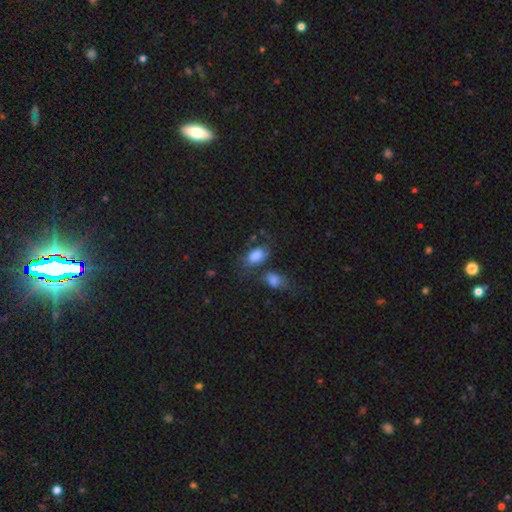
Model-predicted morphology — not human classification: Smooth or featured: smooth — 84% (star or artifact — 8%)
How rounded: in between — 89% (round — 9%)
Merging: none — 50% (minor disturbance — 21%)